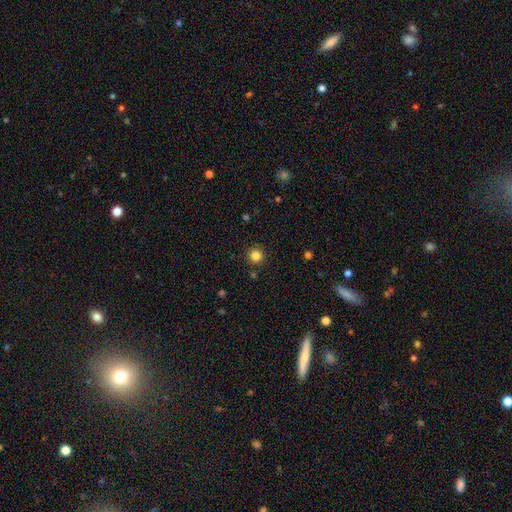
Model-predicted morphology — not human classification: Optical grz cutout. It shows a smooth galaxy with no disk features (84%) that is round (95%). Merging: none (90%).